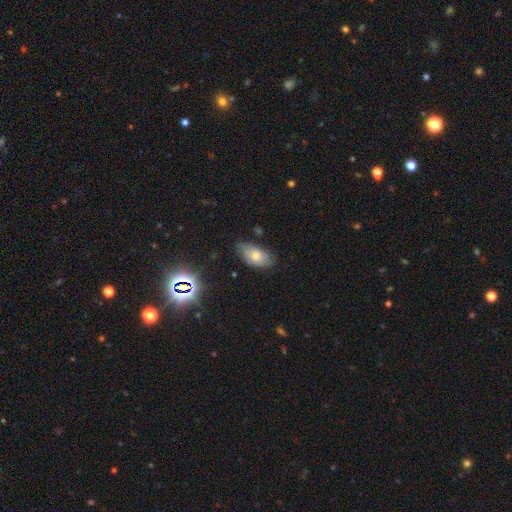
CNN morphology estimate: A smooth galaxy with no disk features (62%) that is in between round and cigar-shaped (92%). Merging: none (64%).